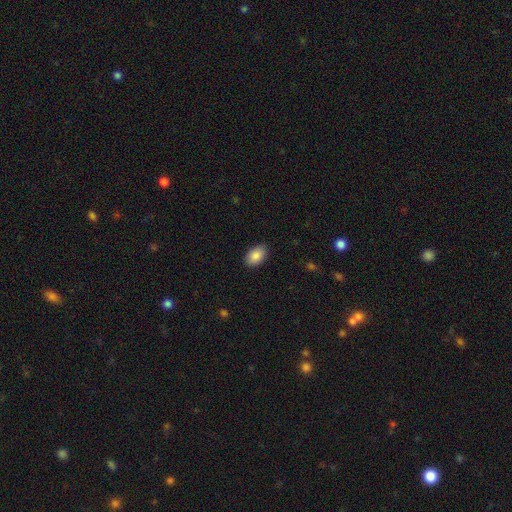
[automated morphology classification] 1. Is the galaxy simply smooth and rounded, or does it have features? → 88% smooth, 7% star or artifact, 5% featured or disk.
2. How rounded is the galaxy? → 91% in between, 8% round, 1% cigar-shaped.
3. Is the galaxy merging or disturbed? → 88% none, 9% minor disturbance, 2% major disturbance, 1% merger.